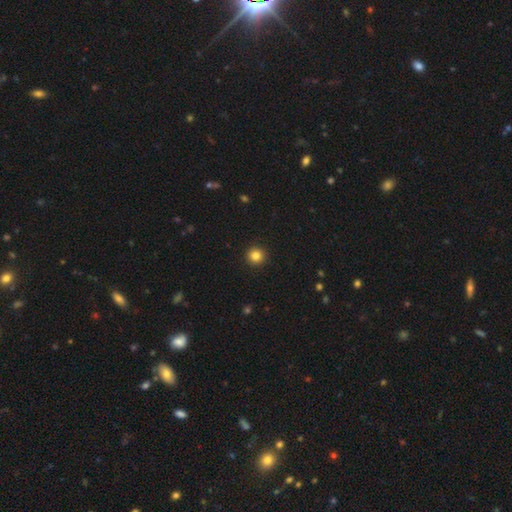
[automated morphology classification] A smooth galaxy with no disk features (83%) that is round (95%).

Vote fractions:
- Smooth or featured? smooth: 83% / star or artifact: 12% / featured or disk: 5%
- How rounded? round: 95% / in between: 4% / cigar-shaped: 1%
- Merging? none: 94% / minor disturbance: 4% / major disturbance: 1% / merger: 1%